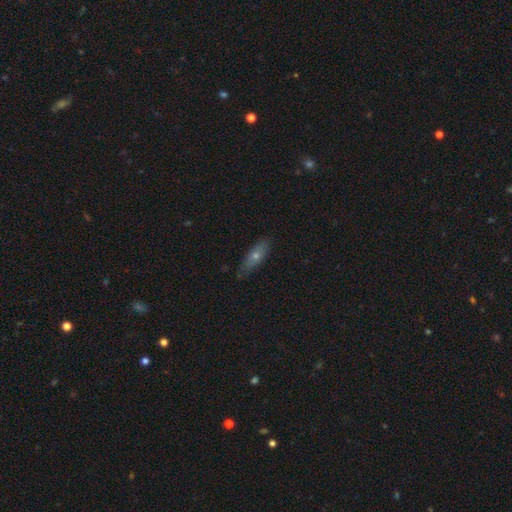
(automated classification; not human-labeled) smooth 53%, featured or disk 39%, star or artifact 9%. Down the decision tree: how rounded — cigar-shaped (53%); merging — none (80%).